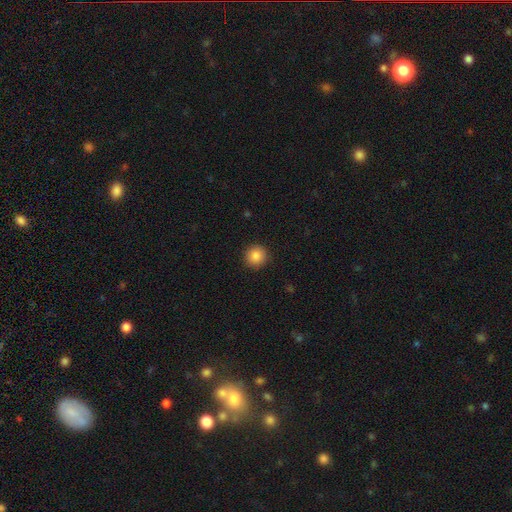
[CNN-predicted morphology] Smooth or featured: smooth — 87% (star or artifact — 9%)
How rounded: round — 94% (in between — 5%)
Merging: none — 92% (minor disturbance — 5%)